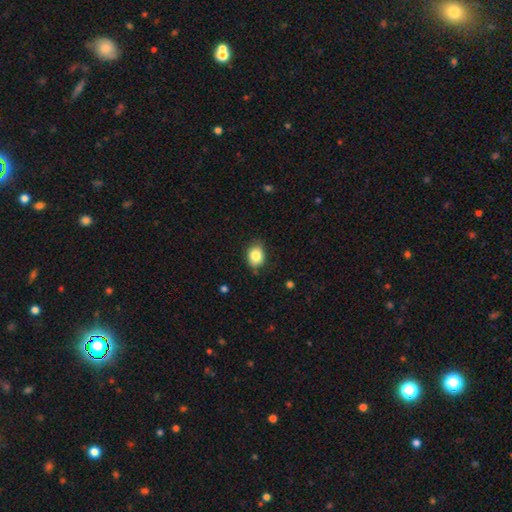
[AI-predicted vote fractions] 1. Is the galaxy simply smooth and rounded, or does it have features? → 83% smooth, 9% star or artifact, 8% featured or disk.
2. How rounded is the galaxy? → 57% in between, 42% round, 1% cigar-shaped.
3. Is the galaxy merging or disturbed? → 77% none, 18% minor disturbance, 3% major disturbance, 1% merger.